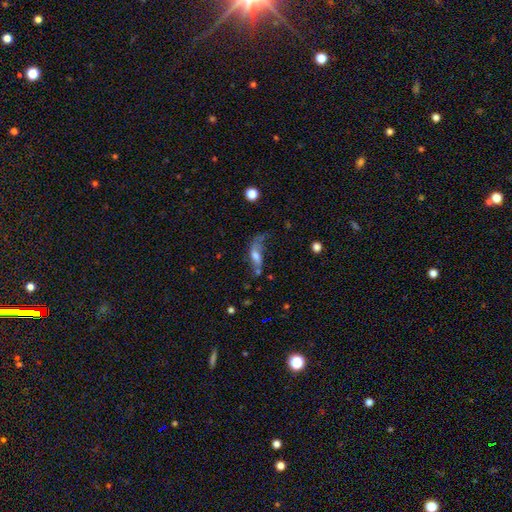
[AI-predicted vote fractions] A featured or disk galaxy (48%).

Vote fractions:
- Smooth or featured? featured or disk: 48% / smooth: 42% / star or artifact: 10%
- Merging? major disturbance: 34% / none: 33% / minor disturbance: 23% / merger: 10%